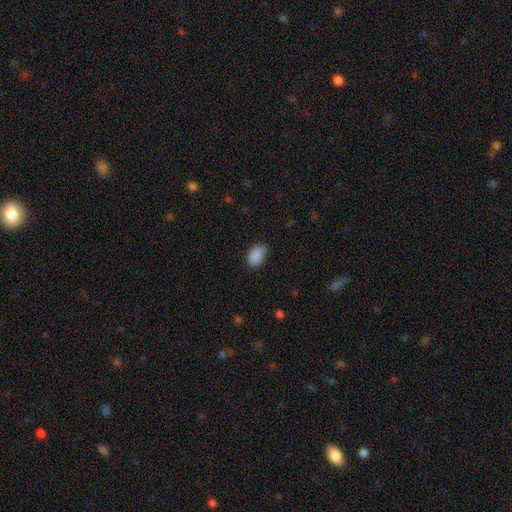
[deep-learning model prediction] Overall: smooth (88%). How rounded: in between (88%). Merging: none (70%).